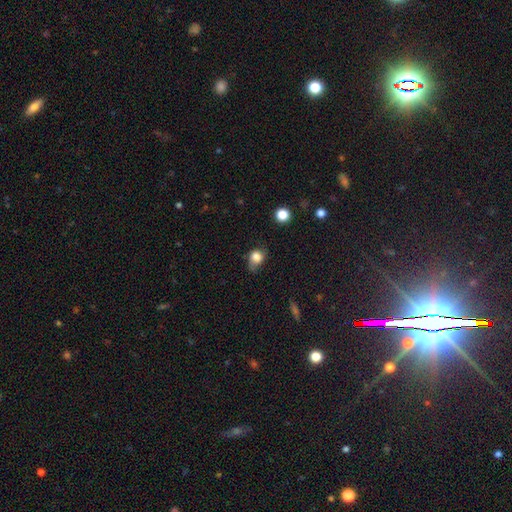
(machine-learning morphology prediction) smooth-or-featured: smooth: 79% | featured or disk: 11% | star or artifact: 11%
  how-rounded: round: 58% | in between: 41% | cigar-shaped: 1%
  merging: none: 46% | minor disturbance: 37% | major disturbance: 15% | merger: 2%